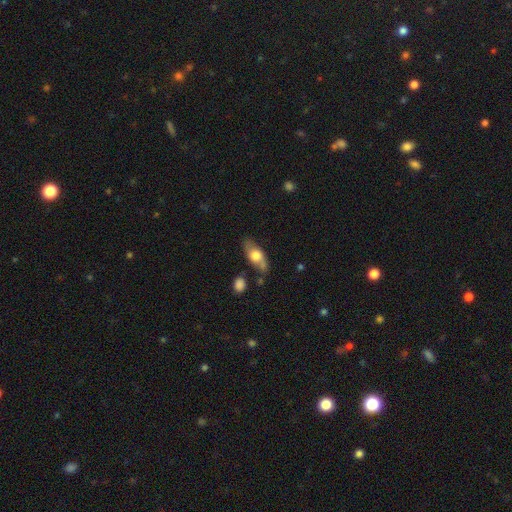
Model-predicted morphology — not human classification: A smooth galaxy with no disk features (59%) that is in between round and cigar-shaped (78%).

Vote fractions:
- Smooth or featured? smooth: 59% / featured or disk: 34% / star or artifact: 7%
- How rounded? in between: 78% / cigar-shaped: 15% / round: 7%
- Merging? none: 67% / minor disturbance: 20% / merger: 7% / major disturbance: 6%